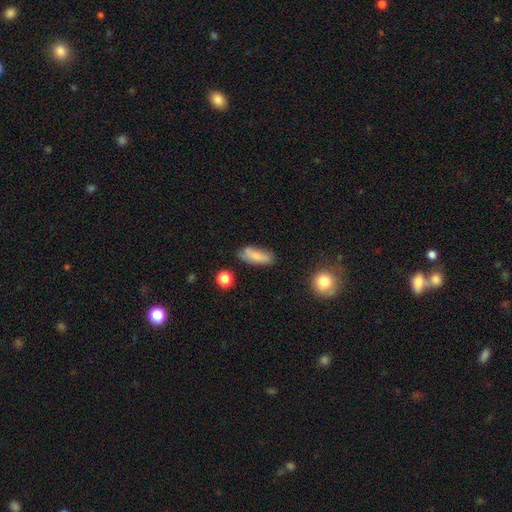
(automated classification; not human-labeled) smooth 80%, featured or disk 12%, star or artifact 8%. Down the decision tree: how rounded — in between (64%); merging — none (67%).